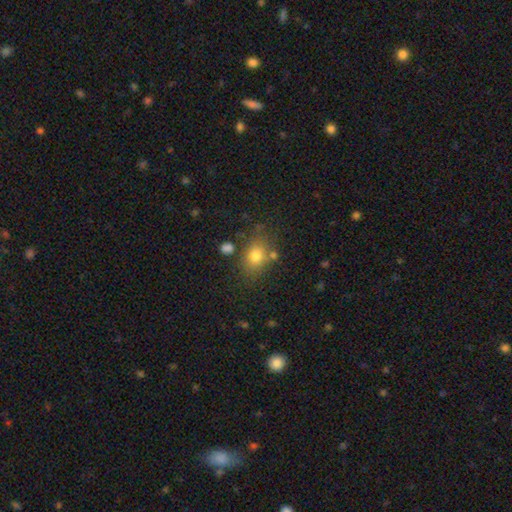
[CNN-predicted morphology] Smooth or featured? Predicted: smooth (p=0.77). How rounded? Predicted: in between (p=0.62). Merging? Predicted: none (p=0.72).